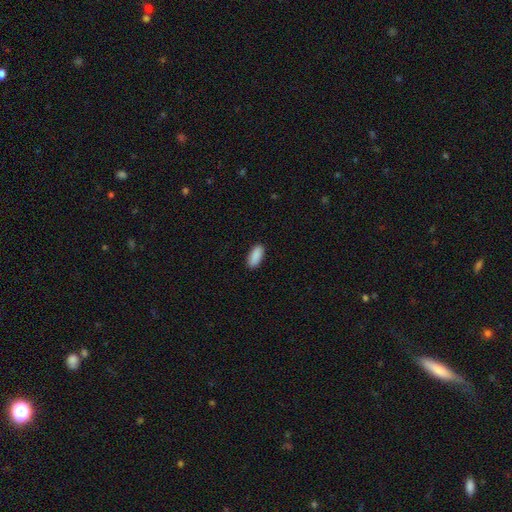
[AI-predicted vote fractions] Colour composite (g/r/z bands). It shows a smooth galaxy with no disk features (91%) that is in between round and cigar-shaped (83%). Merging: none (89%).